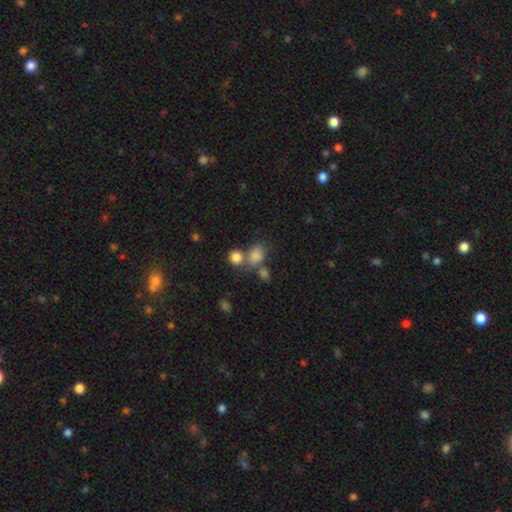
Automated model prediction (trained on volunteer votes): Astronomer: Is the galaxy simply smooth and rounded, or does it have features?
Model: smooth — 79%.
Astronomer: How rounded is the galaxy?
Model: in between — 57% (runner-up: round, 42%).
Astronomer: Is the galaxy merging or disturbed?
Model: none — 42% (runner-up: merger, 38%).